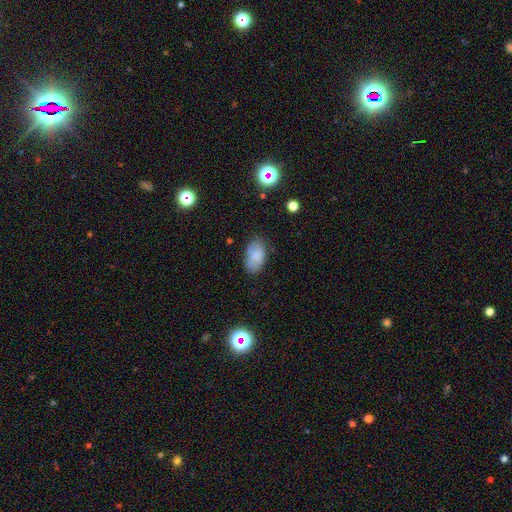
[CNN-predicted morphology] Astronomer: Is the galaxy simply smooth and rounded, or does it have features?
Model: smooth — 80%.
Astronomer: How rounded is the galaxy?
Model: in between — 93%.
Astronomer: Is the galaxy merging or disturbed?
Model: none — 71%.